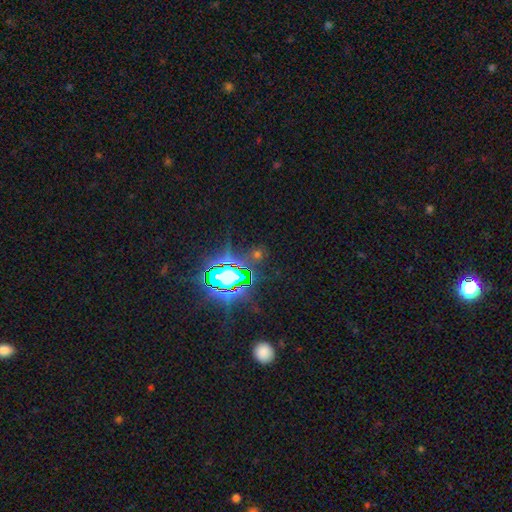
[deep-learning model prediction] This is likely a star or artifact rather than a galaxy (78%).